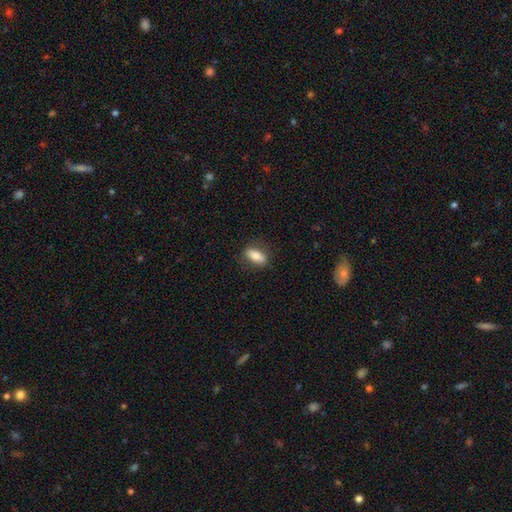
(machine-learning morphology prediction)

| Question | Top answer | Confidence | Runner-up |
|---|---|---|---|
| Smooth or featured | smooth | 76% | featured or disk (17%) |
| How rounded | in between | 76% | cigar-shaped (20%) |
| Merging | none | 81% | minor disturbance (14%) |